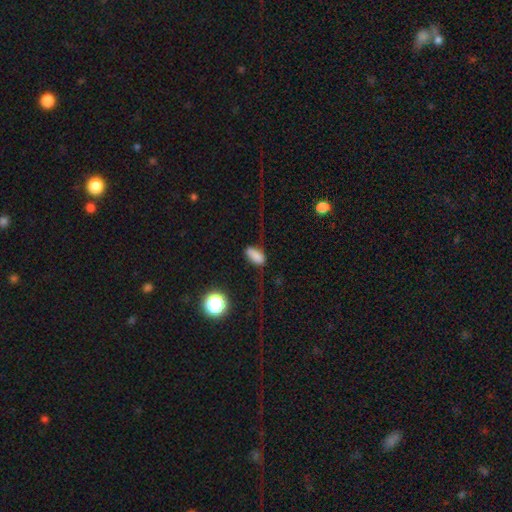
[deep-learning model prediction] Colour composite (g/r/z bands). It shows a smooth galaxy with no disk features (78%) that is in between round and cigar-shaped (89%). Merging: none (56%).